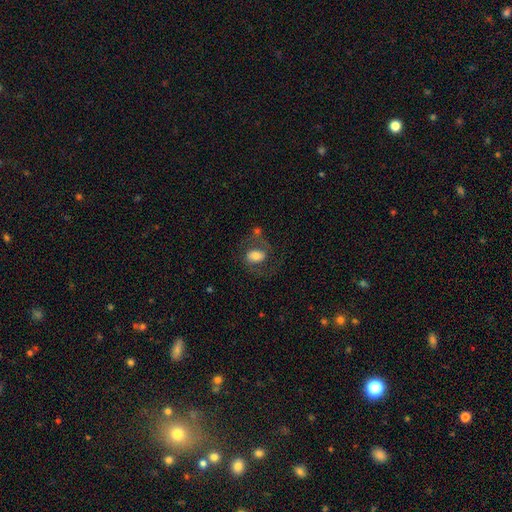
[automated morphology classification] Overall: smooth (51%; featured or disk 40%). How rounded: in between (69%; round 30%). Merging: none (52%; major disturbance 22%).